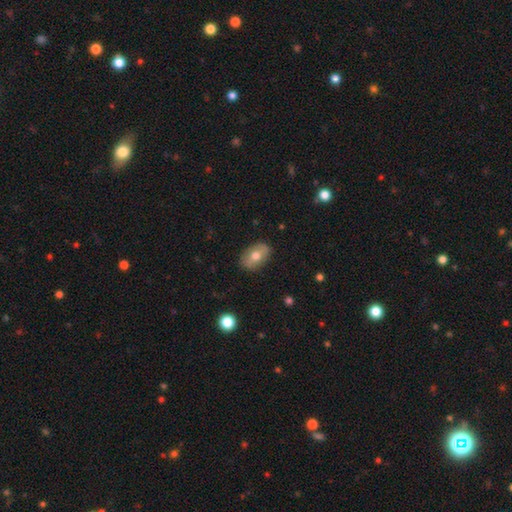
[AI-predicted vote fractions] Smooth or featured?
  - smooth: 65% *
  - featured or disk: 28%
  - star or artifact: 7%
How rounded?
  - in between: 88% *
  - round: 11%
  - cigar-shaped: 2%
Merging?
  - none: 84% *
  - minor disturbance: 12%
  - major disturbance: 3%
  - merger: 1%